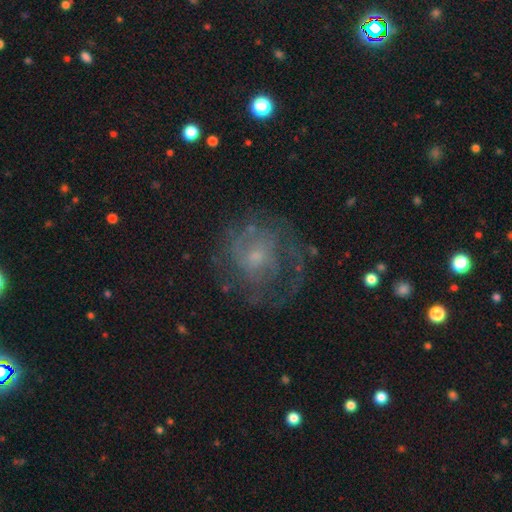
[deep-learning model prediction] smooth-or-featured: featured or disk: 68% | smooth: 20% | star or artifact: 11%
  disk-edge-on: no: 98% | yes: 2%
    bar: no: 72% | weak: 25% | strong: 4%
    has-spiral-arms: yes: 74% | no: 26%
    bulge-size: small: 58% | moderate: 30% | none: 9% | large: 3% | dominant: 1%
  merging: none: 62% | major disturbance: 19% | minor disturbance: 17% | merger: 2%